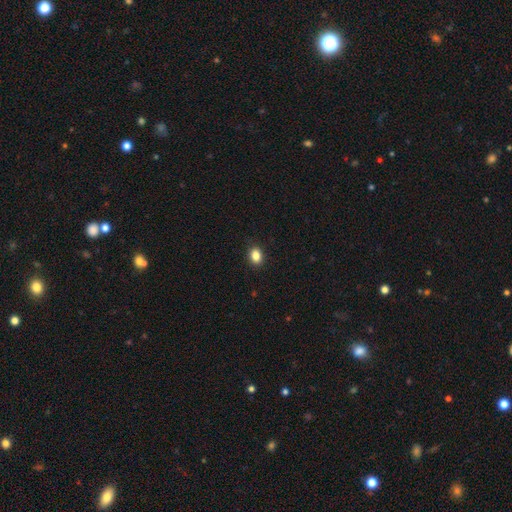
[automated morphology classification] Smooth or featured? Predicted: smooth (p=0.86). How rounded? Predicted: in between (p=0.63). Merging? Predicted: none (p=0.90).